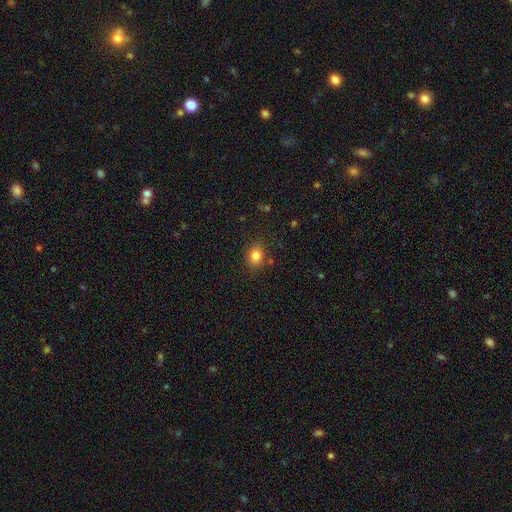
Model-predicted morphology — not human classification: A smooth galaxy with no disk features (83%) that is in between round and cigar-shaped (58%). Merging: none (82%).